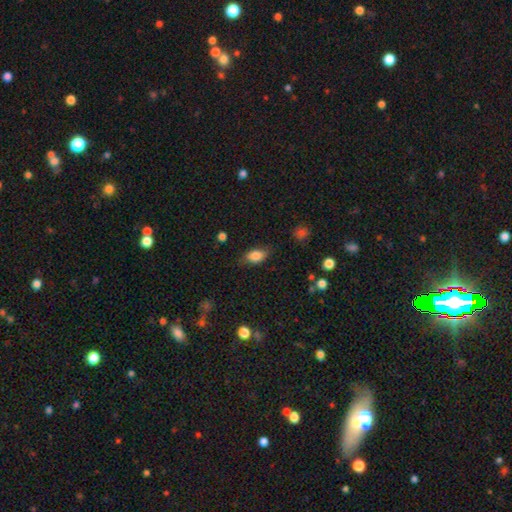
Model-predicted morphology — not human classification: The model was most divided on "merging": none: 74%, minor disturbance: 20%, major disturbance: 5%, merger: 1%. More confident: how rounded — in between (87%); smooth or featured — smooth (81%).